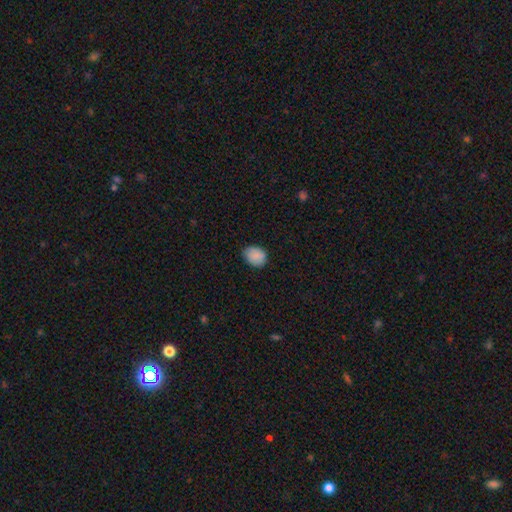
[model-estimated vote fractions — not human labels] A smooth galaxy with no disk features (88%) that is in between round and cigar-shaped (59%).

Vote fractions:
- Smooth or featured? smooth: 88% / star or artifact: 8% / featured or disk: 4%
- How rounded? in between: 59% / round: 40% / cigar-shaped: 1%
- Merging? none: 76% / minor disturbance: 21% / major disturbance: 3% / merger: 1%